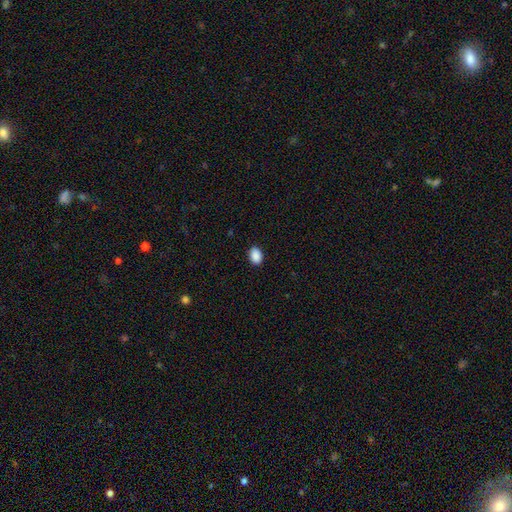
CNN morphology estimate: Overall: smooth (90%). How rounded: in between (79%). Merging: none (90%).